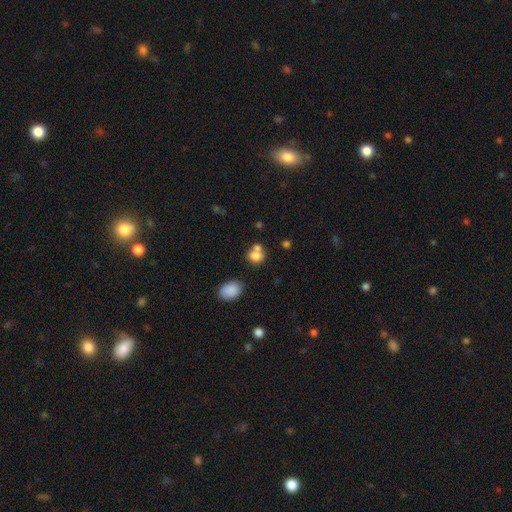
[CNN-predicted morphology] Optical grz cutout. It shows a smooth galaxy with no disk features (78%) that is round (65%). Merging: merger (44%).